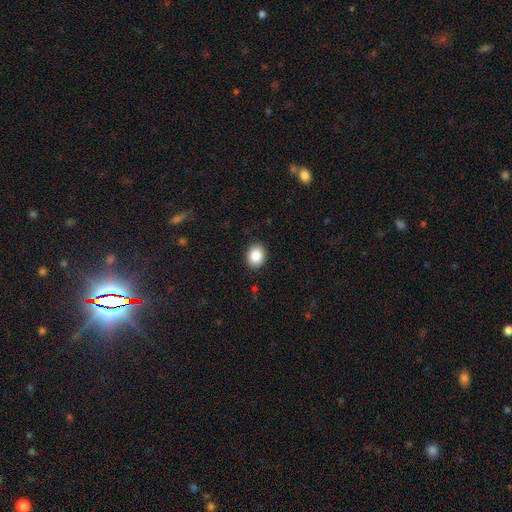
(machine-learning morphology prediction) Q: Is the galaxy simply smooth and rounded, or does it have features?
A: smooth — 88%.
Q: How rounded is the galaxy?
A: in between — 54%.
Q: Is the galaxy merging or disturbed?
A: none — 90%.